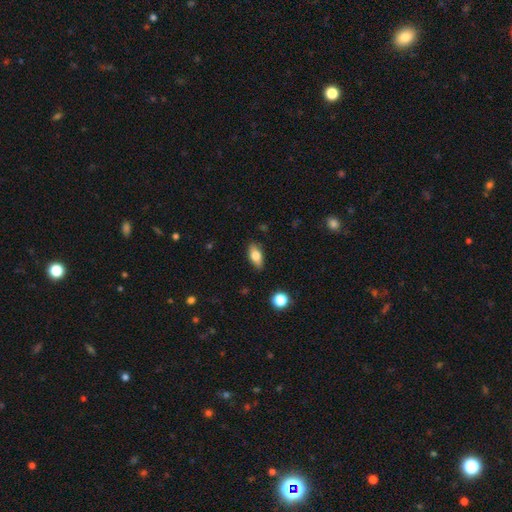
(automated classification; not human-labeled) Morphology: type=smooth (76%); roundness=in between (85%); merging=none (85%).